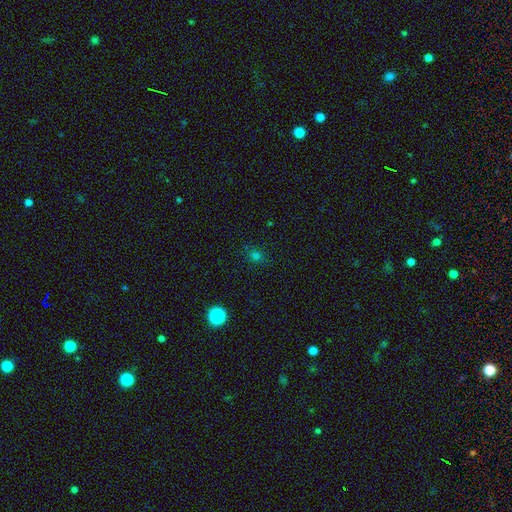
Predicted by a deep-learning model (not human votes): smooth_or_featured: smooth (p=0.66) [alt: star or artifact p=0.28]
how_rounded: round (p=0.73) [alt: in between p=0.26]
merging: none (p=0.83) [alt: minor disturbance p=0.11]